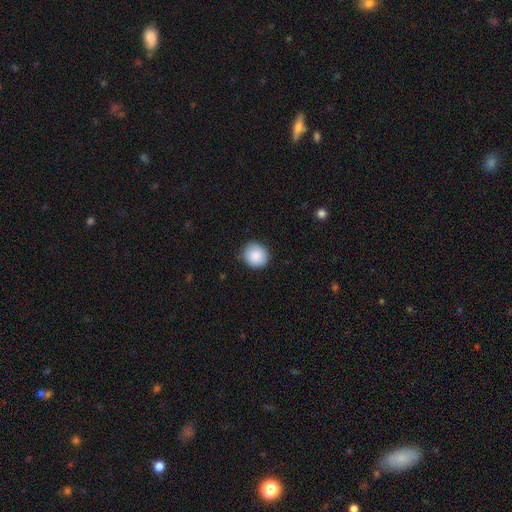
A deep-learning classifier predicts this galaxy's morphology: A smooth galaxy with no disk features (88%) that is round (90%).

Vote fractions:
- Smooth or featured? smooth: 88% / star or artifact: 7% / featured or disk: 5%
- How rounded? round: 90% / in between: 9% / cigar-shaped: 1%
- Merging? none: 86% / minor disturbance: 11% / major disturbance: 2% / merger: 1%